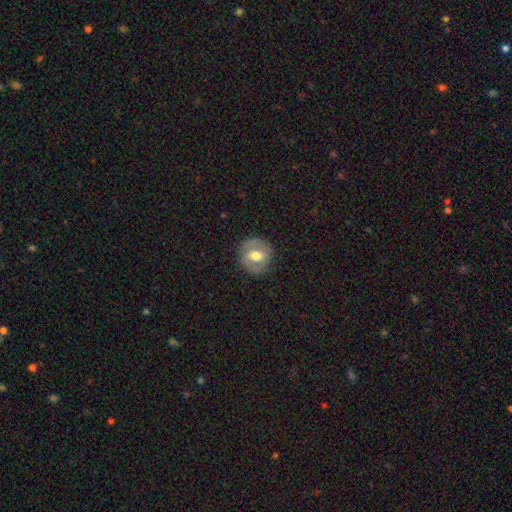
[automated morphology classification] Smooth or featured: featured or disk — 52% (smooth — 41%)
Edge-on disk: no — 96% (yes — 4%)
Bar: weak — 45% (no — 35%)
Spiral arms: yes — 57% (no — 43%)
Bulge size: moderate — 70% (large — 20%)
Merging: none — 84% (minor disturbance — 11%)